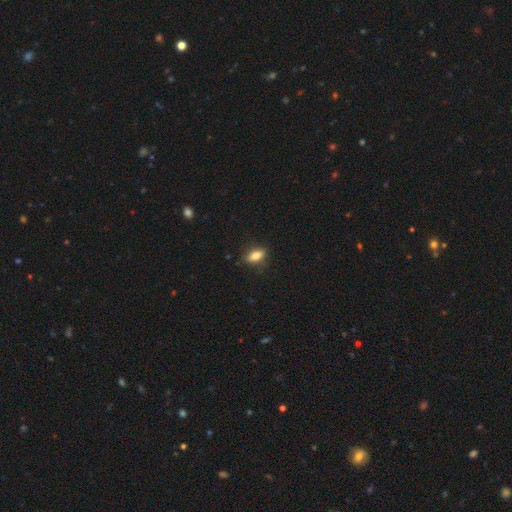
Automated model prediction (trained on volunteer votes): Morphology: type=smooth (82%); roundness=in between (78%); merging=none (82%).